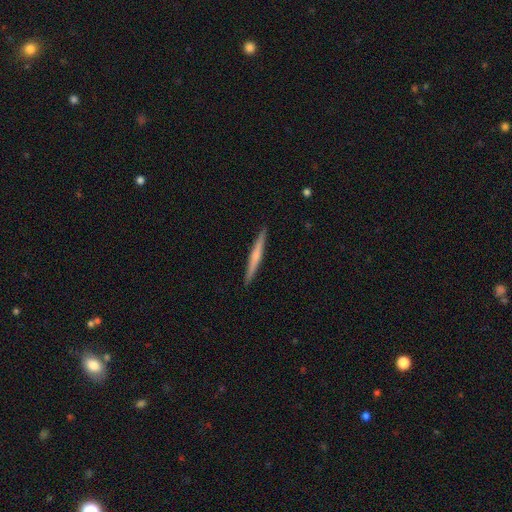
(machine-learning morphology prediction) This appears to be a featured or disk galaxy (49%). Merging: none (92%).